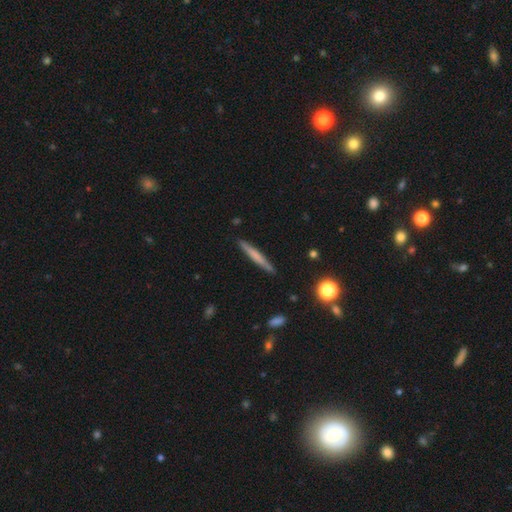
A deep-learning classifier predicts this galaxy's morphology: This is possibly a smooth galaxy (58%). How rounded: clearly cigar-shaped (96%). Merging: clearly none (89%).